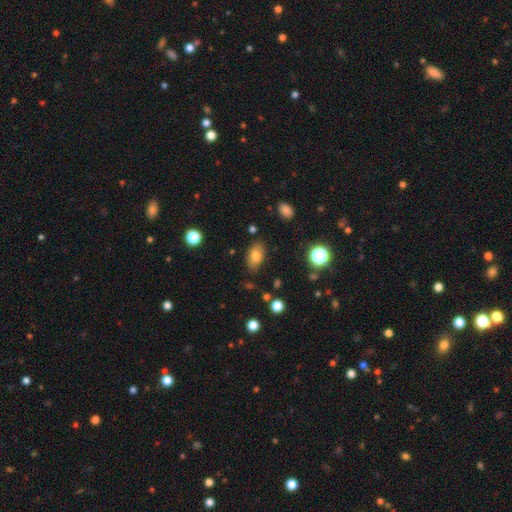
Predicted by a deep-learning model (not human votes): A smooth galaxy with no disk features (78%) that is in between round and cigar-shaped (89%).

Vote fractions:
- Smooth or featured? smooth: 78% / featured or disk: 12% / star or artifact: 10%
- How rounded? in between: 89% / round: 8% / cigar-shaped: 2%
- Merging? none: 83% / minor disturbance: 12% / major disturbance: 3% / merger: 2%